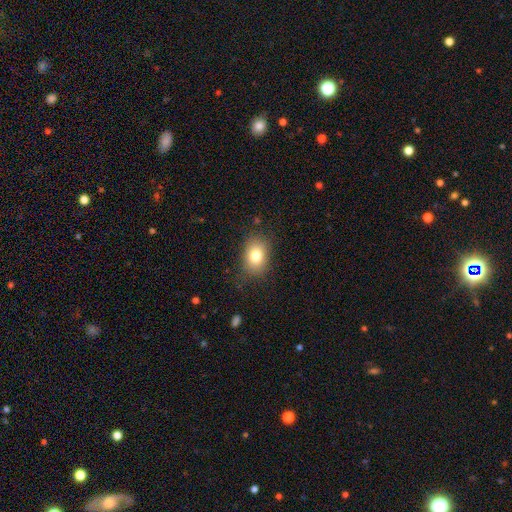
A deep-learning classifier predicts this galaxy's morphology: Smooth or featured? Predicted: smooth (p=0.79). How rounded? Predicted: in between (p=0.71). Merging? Predicted: none (p=0.80).